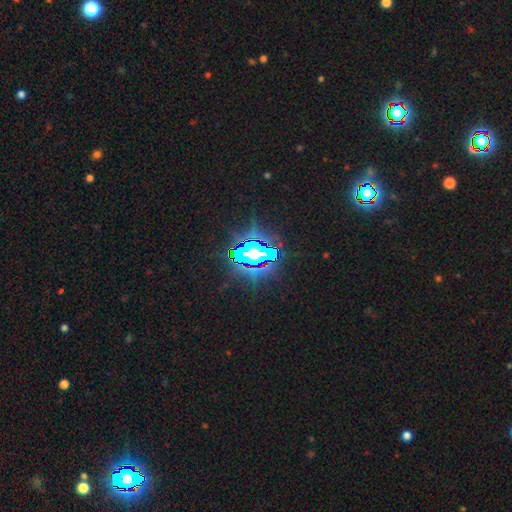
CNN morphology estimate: smooth_or_featured: star or artifact (p=0.82) [alt: smooth p=0.10]